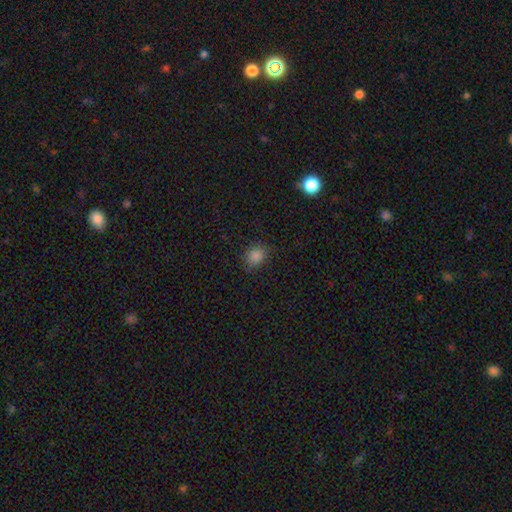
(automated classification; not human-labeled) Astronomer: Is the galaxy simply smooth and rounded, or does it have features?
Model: smooth — 83%.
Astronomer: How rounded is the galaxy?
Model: round — 65%.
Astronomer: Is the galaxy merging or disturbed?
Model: none — 85%.